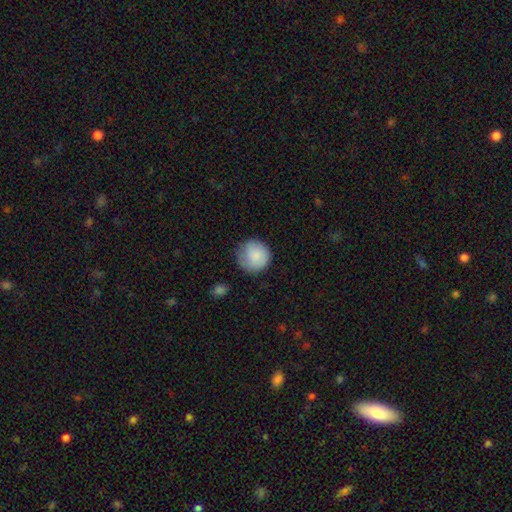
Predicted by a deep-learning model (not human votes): smooth-or-featured: smooth: 83% | featured or disk: 11% | star or artifact: 6%
  how-rounded: round: 91% | in between: 8% | cigar-shaped: 1%
  merging: none: 68% | minor disturbance: 23% | major disturbance: 7% | merger: 2%